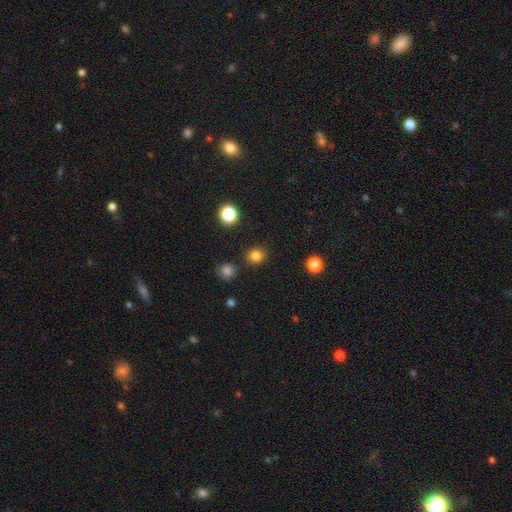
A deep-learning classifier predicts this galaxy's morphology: The model was most divided on "how rounded": round: 82%, in between: 17%, cigar-shaped: 1%. More confident: merging — none (86%); smooth or featured — smooth (81%).